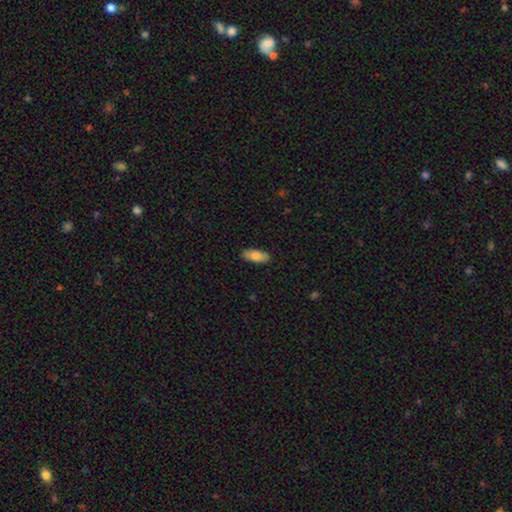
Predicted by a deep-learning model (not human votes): Morphology: type=smooth (78%); roundness=in between (85%); merging=none (89%).